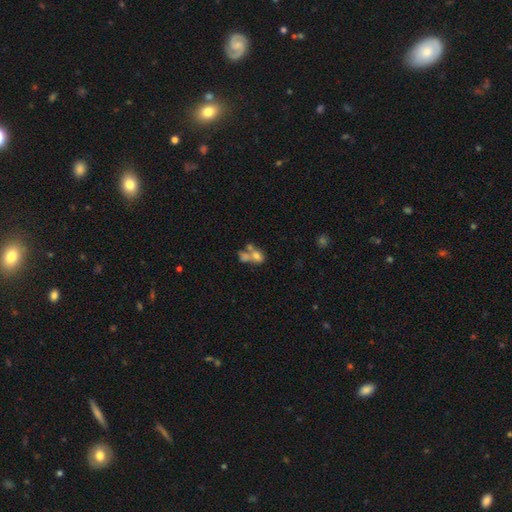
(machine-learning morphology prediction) This appears to be a smooth galaxy with no disk features (53%) that is in between round and cigar-shaped (60%). Merging: merger (58%).